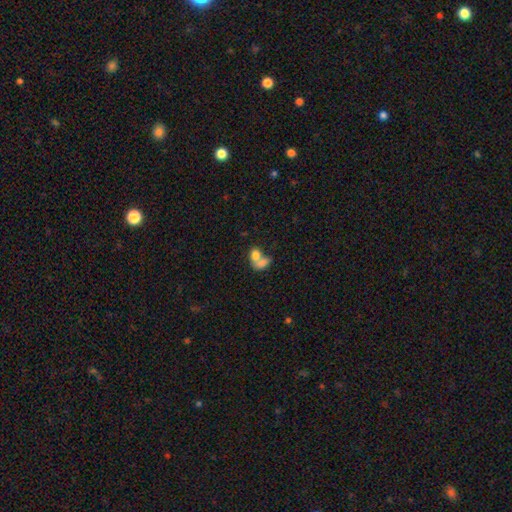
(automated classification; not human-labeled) smooth-or-featured: smooth: 76% | featured or disk: 15% | star or artifact: 9%
  how-rounded: in between: 68% | round: 30% | cigar-shaped: 2%
  merging: merger: 67% | none: 20% | minor disturbance: 7% | major disturbance: 6%